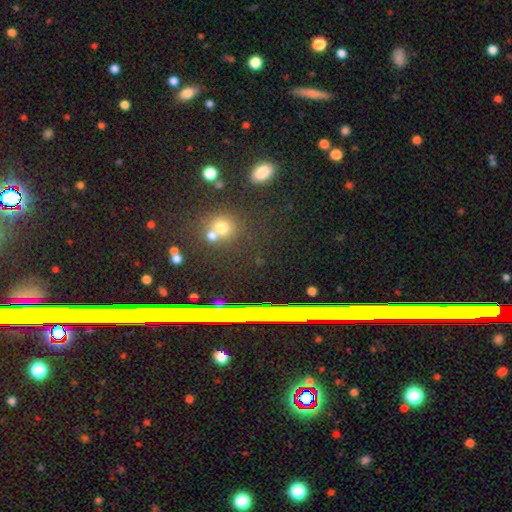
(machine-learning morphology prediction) This appears to be a star or artifact, not a galaxy (70%).